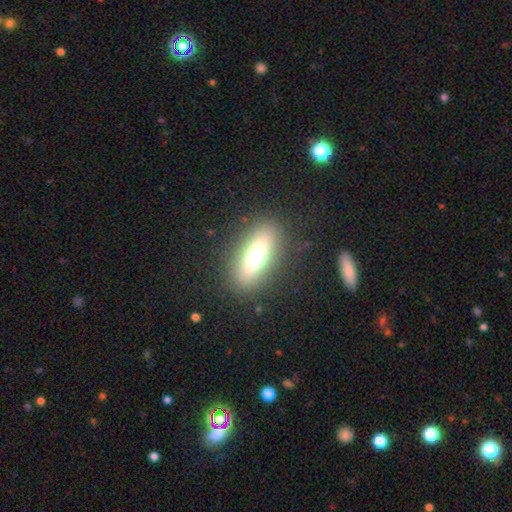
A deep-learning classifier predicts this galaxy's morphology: A smooth galaxy with no disk features (56%) that is in between round and cigar-shaped (68%). Merging: none (86%).